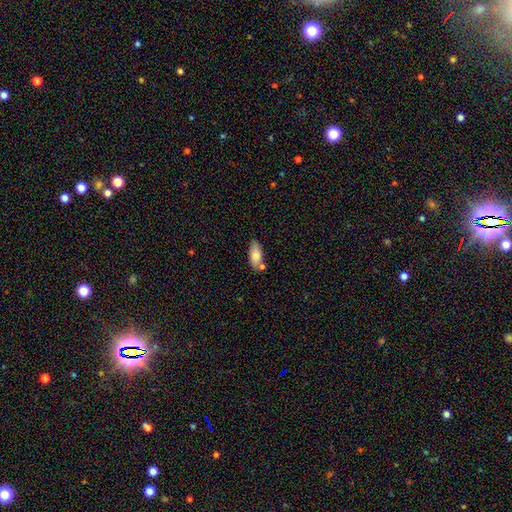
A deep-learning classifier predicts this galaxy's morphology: Q: Smooth or featured?
A: smooth (81%); runner-up: featured or disk (13%)
Q: How rounded?
A: in between (85%); runner-up: cigar-shaped (12%)
Q: Merging?
A: none (62%); runner-up: minor disturbance (18%)